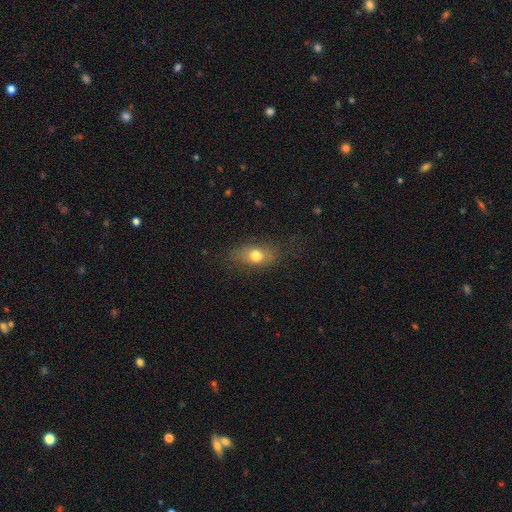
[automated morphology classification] A smooth galaxy with no disk features (71%) that is in between round and cigar-shaped (75%).

Vote fractions:
- Smooth or featured? smooth: 71% / featured or disk: 18% / star or artifact: 11%
- How rounded? in between: 75% / round: 17% / cigar-shaped: 8%
- Merging? none: 69% / minor disturbance: 20% / major disturbance: 9% / merger: 2%